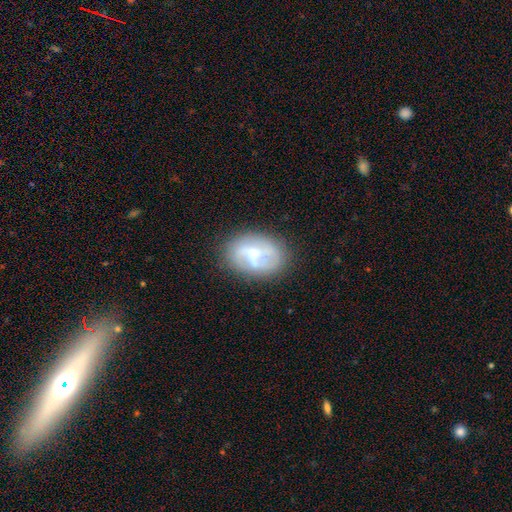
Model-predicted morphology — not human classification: This appears to be a featured or disk galaxy (63%) with a weak bar (47%), spiral arms (70%) and a moderate central bulge (54%). Merging: none (70%).